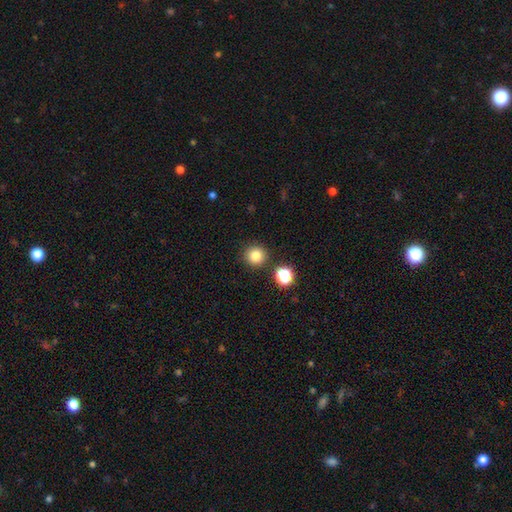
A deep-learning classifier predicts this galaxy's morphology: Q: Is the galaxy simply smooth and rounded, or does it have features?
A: smooth — 80%.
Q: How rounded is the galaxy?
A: round — 94%.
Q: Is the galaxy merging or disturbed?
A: none — 87%.